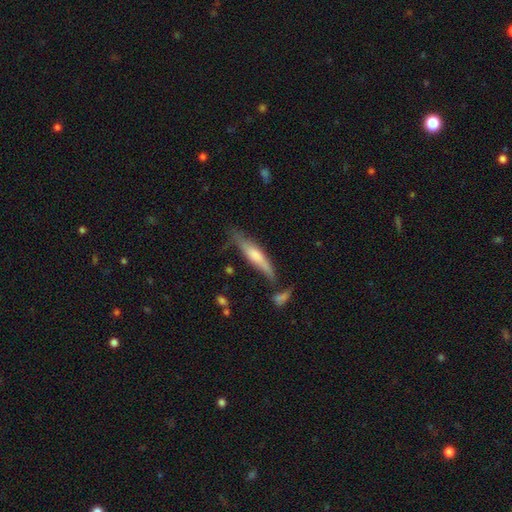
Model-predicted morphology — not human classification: type=smooth (53%); roundness=cigar-shaped (83%); merging=none (57%).